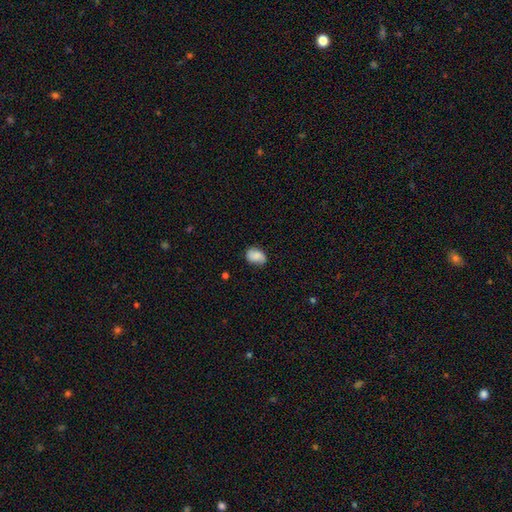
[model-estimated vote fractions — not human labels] Overall: smooth (76%). How rounded: in between (75%). Merging: none (66%; minor disturbance 27%).